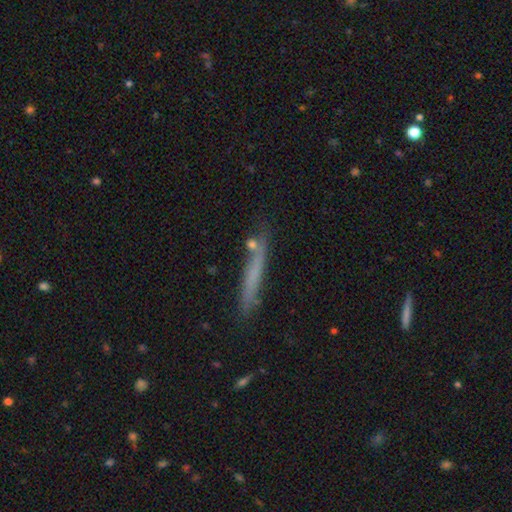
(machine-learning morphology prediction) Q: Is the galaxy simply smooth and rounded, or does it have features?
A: smooth — 58%.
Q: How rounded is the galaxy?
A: cigar-shaped — 95%.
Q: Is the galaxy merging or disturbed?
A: none — 77%.